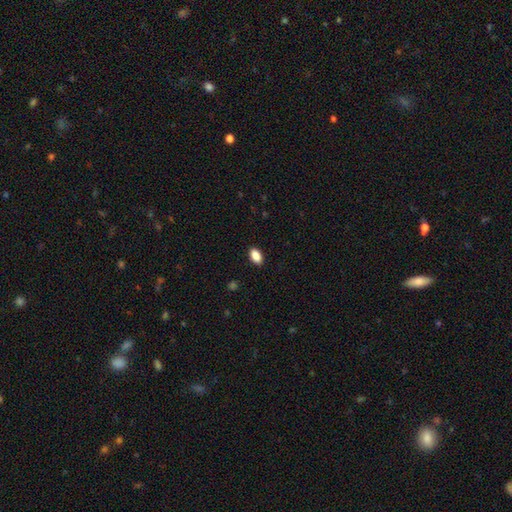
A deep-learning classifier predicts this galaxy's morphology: smooth_or_featured: smooth (p=0.88) [alt: star or artifact p=0.08]
how_rounded: in between (p=0.92) [alt: round p=0.05]
merging: none (p=0.89) [alt: minor disturbance p=0.08]